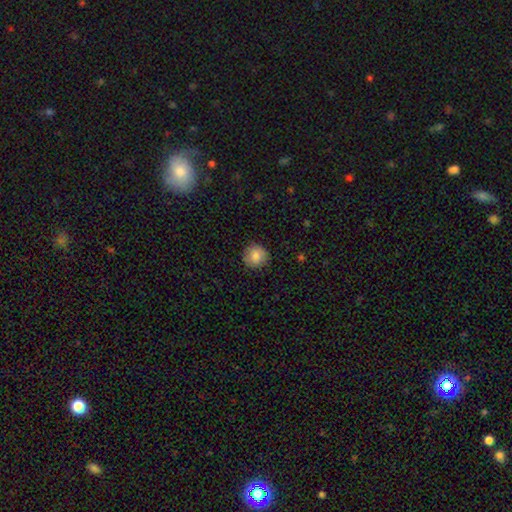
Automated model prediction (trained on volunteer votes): Morphology: type=smooth (82%); roundness=round (93%); merging=none (88%).